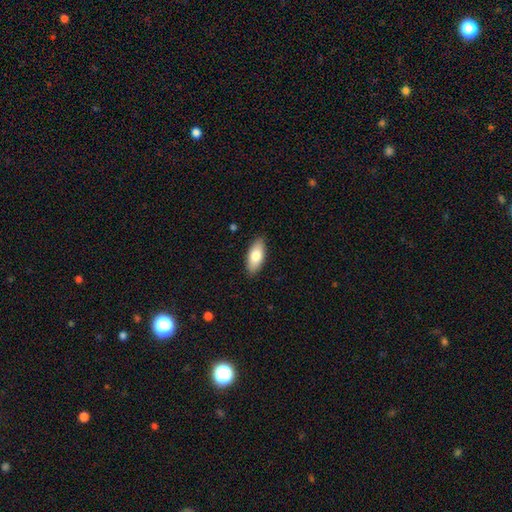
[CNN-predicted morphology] Smooth or featured?
  - smooth: 79% *
  - featured or disk: 15%
  - star or artifact: 6%
How rounded?
  - in between: 87% *
  - cigar-shaped: 11%
  - round: 2%
Merging?
  - none: 88% *
  - minor disturbance: 9%
  - major disturbance: 2%
  - merger: 1%